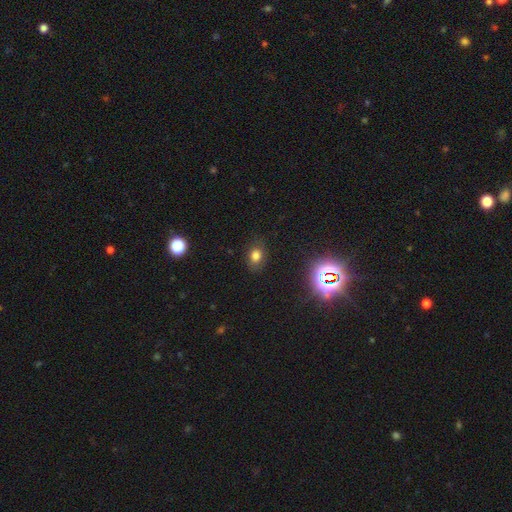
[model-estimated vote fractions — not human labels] Q: Smooth or featured?
A: smooth (74%); runner-up: star or artifact (19%)
Q: How rounded?
A: in between (63%); runner-up: round (35%)
Q: Merging?
A: none (82%); runner-up: minor disturbance (13%)